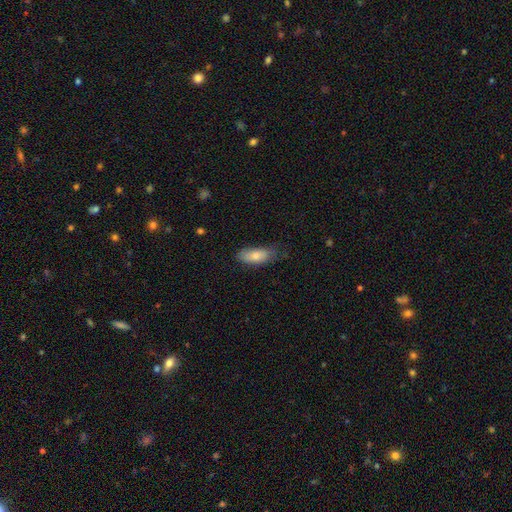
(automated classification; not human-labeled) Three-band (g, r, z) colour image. It shows a smooth galaxy with no disk features (79%) that is in between round and cigar-shaped (83%). Merging: none (61%).